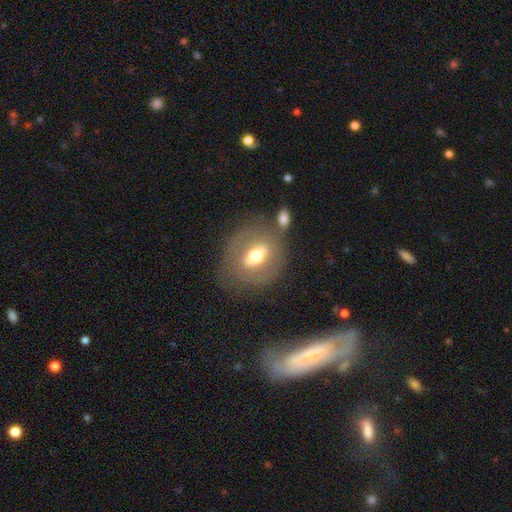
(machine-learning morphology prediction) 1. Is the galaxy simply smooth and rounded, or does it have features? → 53% featured or disk, 40% smooth, 7% star or artifact.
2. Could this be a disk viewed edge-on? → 78% no, 22% yes.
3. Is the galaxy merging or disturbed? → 62% none, 15% merger, 15% minor disturbance, 9% major disturbance.